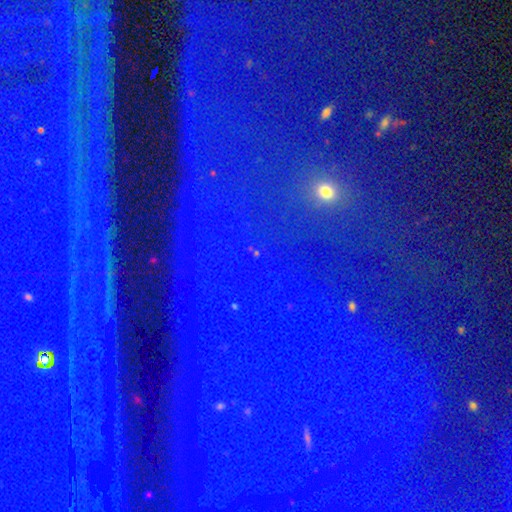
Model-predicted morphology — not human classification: Q: Smooth or featured?
A: star or artifact (74%); runner-up: smooth (16%)